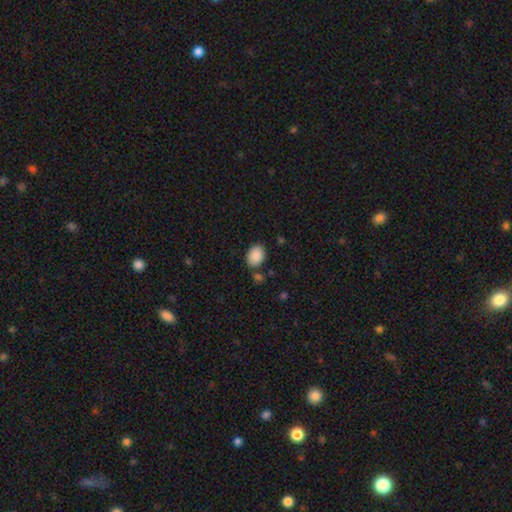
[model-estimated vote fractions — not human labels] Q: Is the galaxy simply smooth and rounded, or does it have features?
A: smooth — 89%.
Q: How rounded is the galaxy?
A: in between — 73%.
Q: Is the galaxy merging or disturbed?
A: none — 75%.